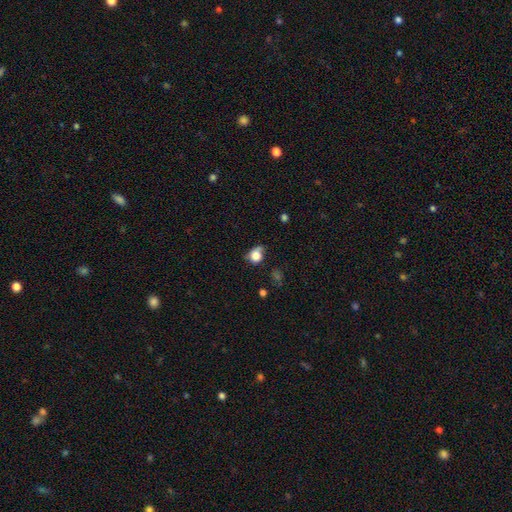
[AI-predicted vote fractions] Smooth or featured: smooth — 80% (star or artifact — 10%)
How rounded: round — 66% (in between — 33%)
Merging: none — 45% (minor disturbance — 37%)